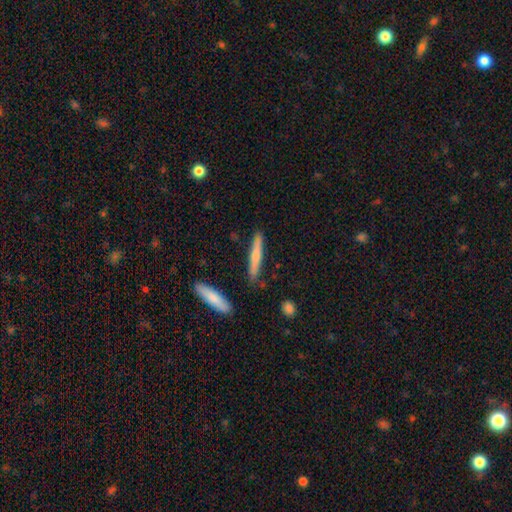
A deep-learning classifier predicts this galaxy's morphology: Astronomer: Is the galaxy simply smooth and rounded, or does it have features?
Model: smooth — 61%.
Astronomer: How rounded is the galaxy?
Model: cigar-shaped — 93%.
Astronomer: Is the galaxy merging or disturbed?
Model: none — 86%.